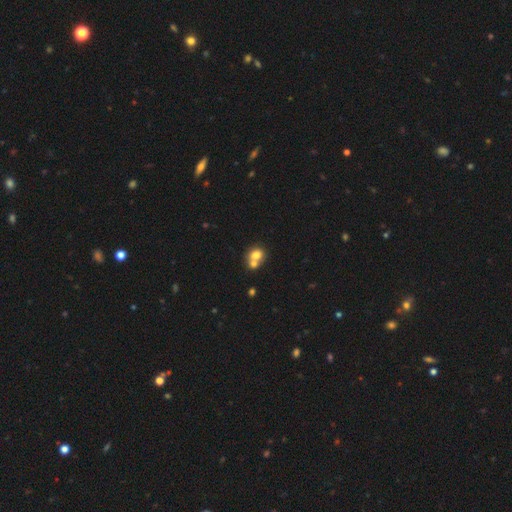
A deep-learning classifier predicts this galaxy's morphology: smooth-or-featured: smooth: 73% | featured or disk: 16% | star or artifact: 11%
  how-rounded: round: 69% | in between: 31% | cigar-shaped: 1%
  merging: merger: 57% | none: 33% | minor disturbance: 7% | major disturbance: 3%